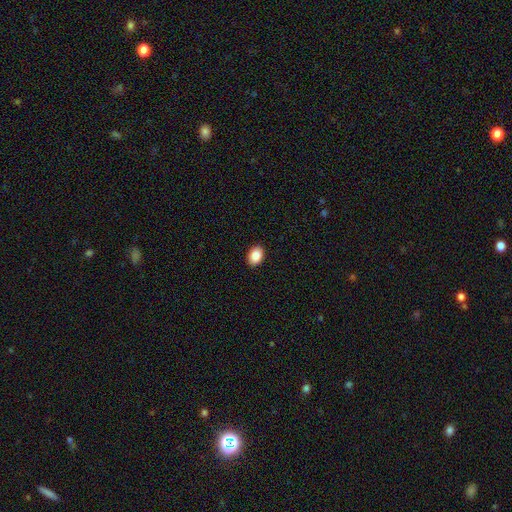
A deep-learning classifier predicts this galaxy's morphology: Q: Smooth or featured?
A: smooth (87%); runner-up: star or artifact (8%)
Q: How rounded?
A: in between (78%); runner-up: round (21%)
Q: Merging?
A: none (91%); runner-up: minor disturbance (6%)